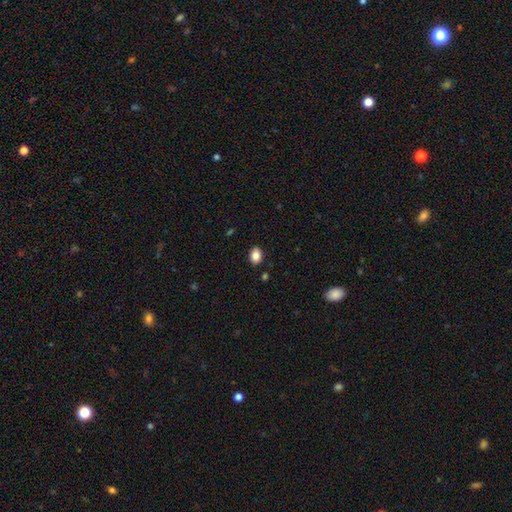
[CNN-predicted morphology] smooth 85%, star or artifact 9%, featured or disk 6%. Down the decision tree: how rounded — in between (74%); merging — none (88%).